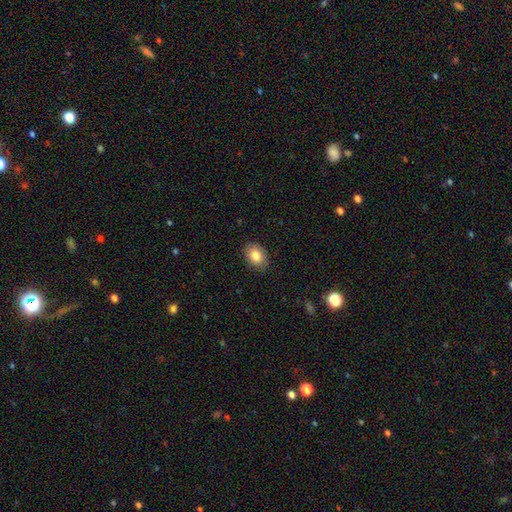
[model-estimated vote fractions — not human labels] A smooth galaxy with no disk features (83%) that is in between round and cigar-shaped (73%).

Vote fractions:
- Smooth or featured? smooth: 83% / featured or disk: 9% / star or artifact: 8%
- How rounded? in between: 73% / round: 26% / cigar-shaped: 1%
- Merging? none: 87% / minor disturbance: 10% / major disturbance: 2% / merger: 1%